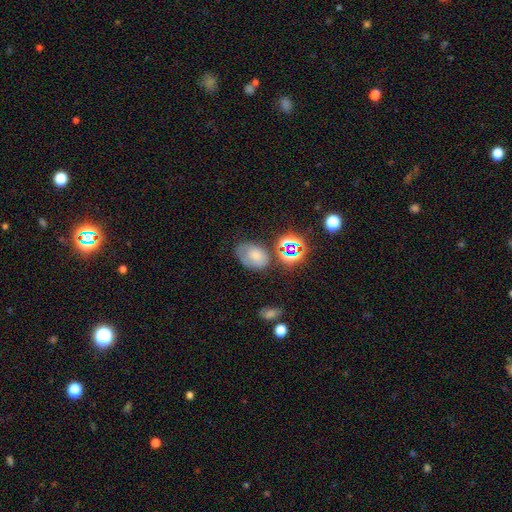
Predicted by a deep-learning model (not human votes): Smooth or featured?
  - smooth: 65% *
  - star or artifact: 18%
  - featured or disk: 17%
How rounded?
  - in between: 82% *
  - round: 17%
  - cigar-shaped: 1%
Merging?
  - none: 57% *
  - minor disturbance: 25%
  - major disturbance: 10%
  - merger: 8%